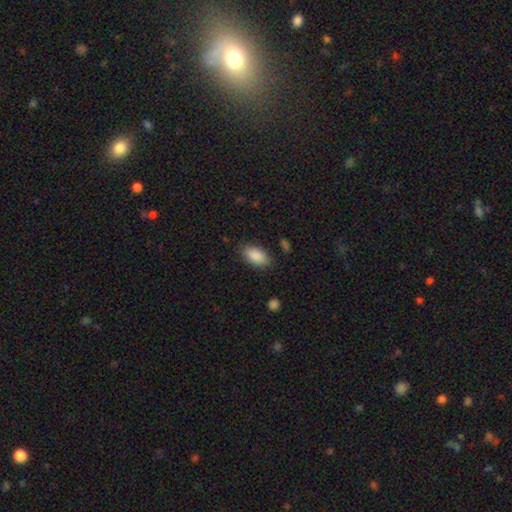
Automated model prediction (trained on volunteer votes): Smooth or featured: smooth — 89% (star or artifact — 7%)
How rounded: in between — 93% (round — 4%)
Merging: none — 83% (minor disturbance — 12%)